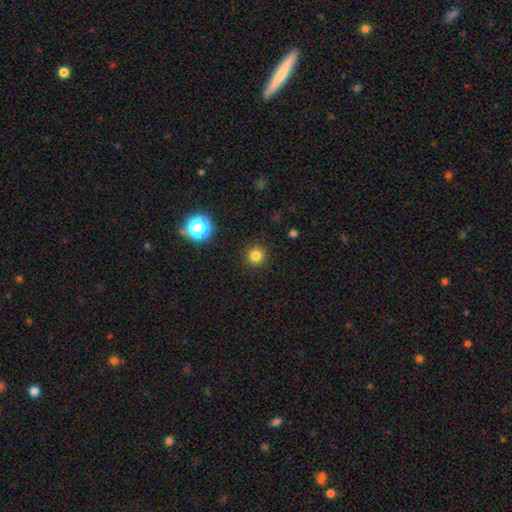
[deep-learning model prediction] Smooth or featured? smooth (80%)
How rounded? round (95%)
Merging? none (92%)